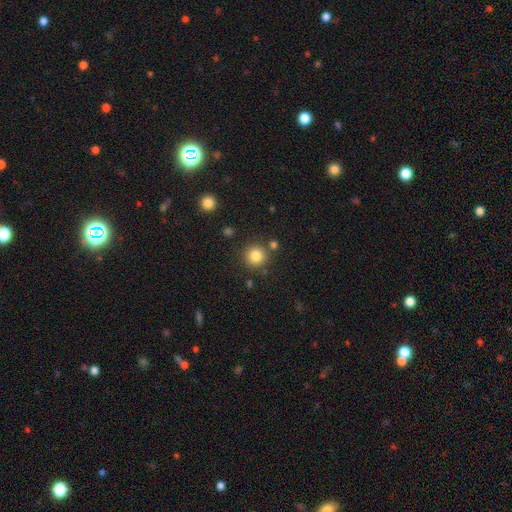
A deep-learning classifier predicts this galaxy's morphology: A smooth galaxy with no disk features (83%) that is round (94%).

Vote fractions:
- Smooth or featured? smooth: 83% / star or artifact: 11% / featured or disk: 6%
- How rounded? round: 94% / in between: 5% / cigar-shaped: 1%
- Merging? none: 85% / minor disturbance: 7% / merger: 5% / major disturbance: 3%